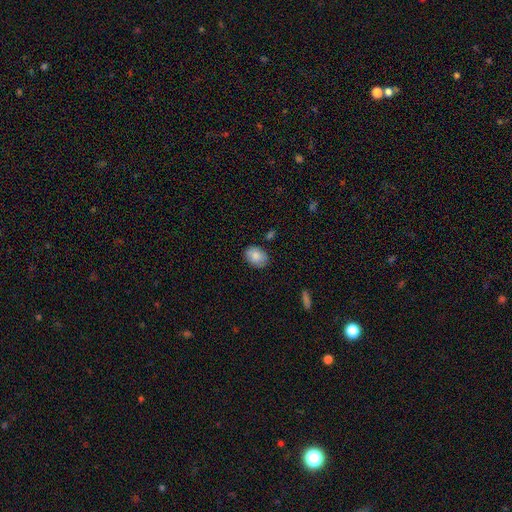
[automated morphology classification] Smooth or featured?
  - smooth: 85% *
  - featured or disk: 8%
  - star or artifact: 7%
How rounded?
  - in between: 75% *
  - round: 24%
  - cigar-shaped: 1%
Merging?
  - none: 83% *
  - minor disturbance: 12%
  - major disturbance: 2%
  - merger: 2%